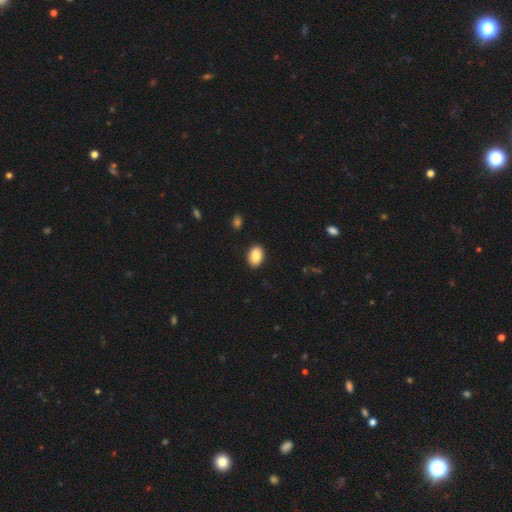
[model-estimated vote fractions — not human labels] smooth 89%, star or artifact 7%, featured or disk 4%. Down the decision tree: how rounded — in between (86%); merging — none (90%).